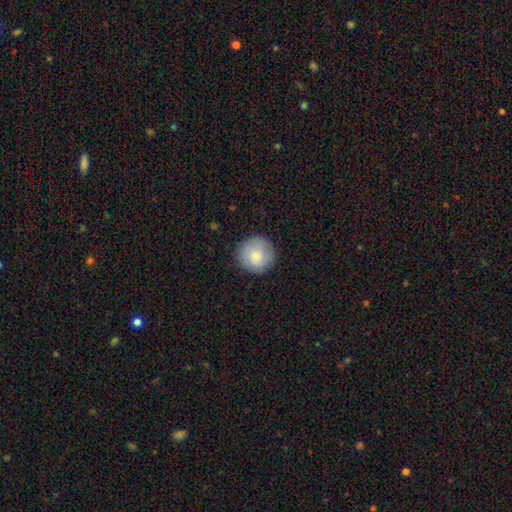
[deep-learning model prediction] Morphology: type=smooth (80%); roundness=round (94%); merging=none (88%).